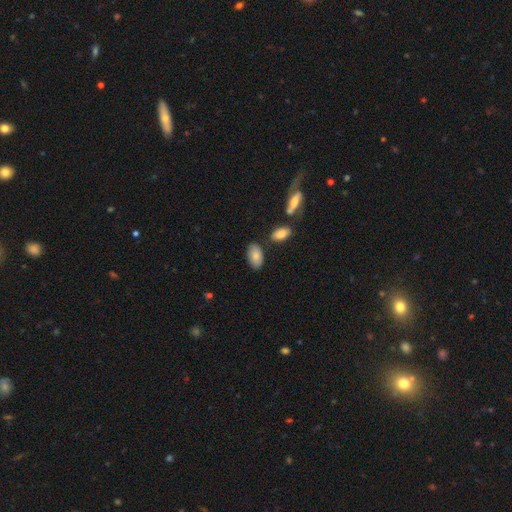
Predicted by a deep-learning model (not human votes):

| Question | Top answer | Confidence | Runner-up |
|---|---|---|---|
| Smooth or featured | smooth | 83% | featured or disk (11%) |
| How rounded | in between | 94% | round (4%) |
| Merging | none | 76% | minor disturbance (14%) |